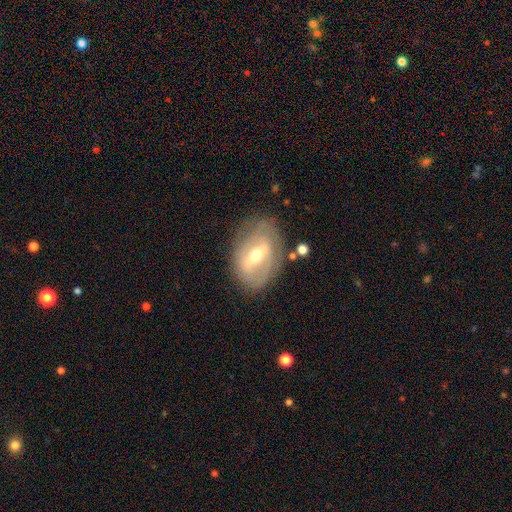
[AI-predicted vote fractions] Smooth or featured: featured or disk — 69% (smooth — 25%)
Edge-on disk: no — 89% (yes — 11%)
Bar: strong — 51% (weak — 37%)
Spiral arms: yes — 50% (tied with no — 50%)
Bulge size: moderate — 67% (small — 25%)
Merging: none — 73% (minor disturbance — 18%)